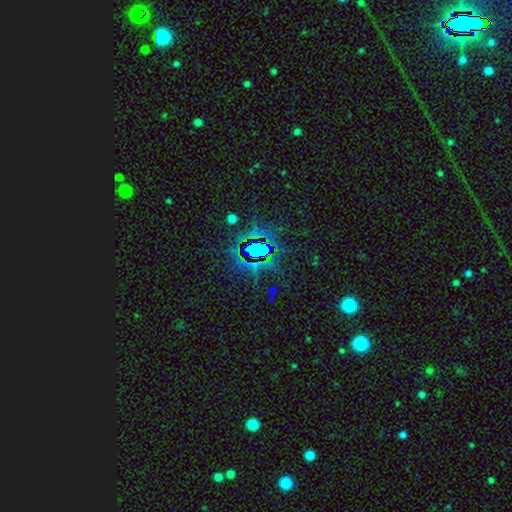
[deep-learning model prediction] This appears to be a star or artifact, not a galaxy (75%).